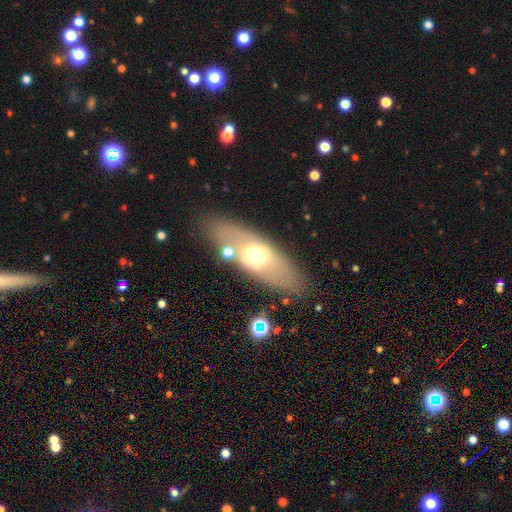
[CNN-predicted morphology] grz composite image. It shows a smooth galaxy with no disk features (53%) that is in between round and cigar-shaped (69%). Merging: none (80%).